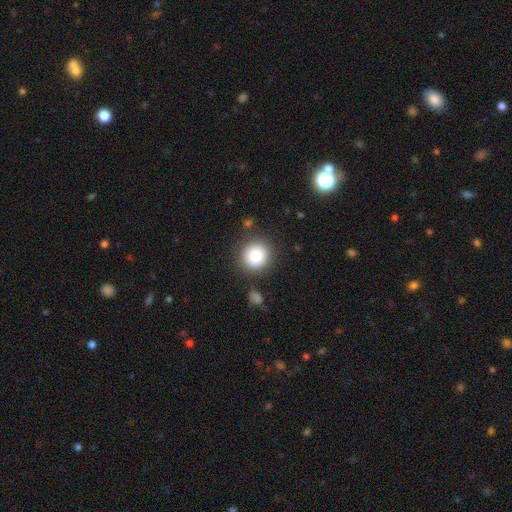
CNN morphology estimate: Smooth or featured? smooth (83%)
How rounded? round (93%)
Merging? none (85%)